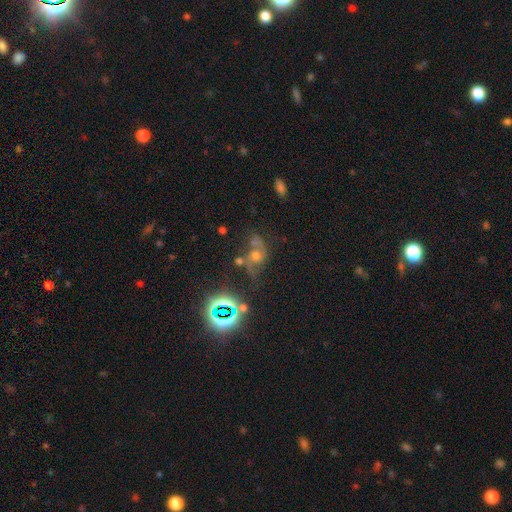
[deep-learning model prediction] A featured or disk galaxy (43%). Merging: none (45%).